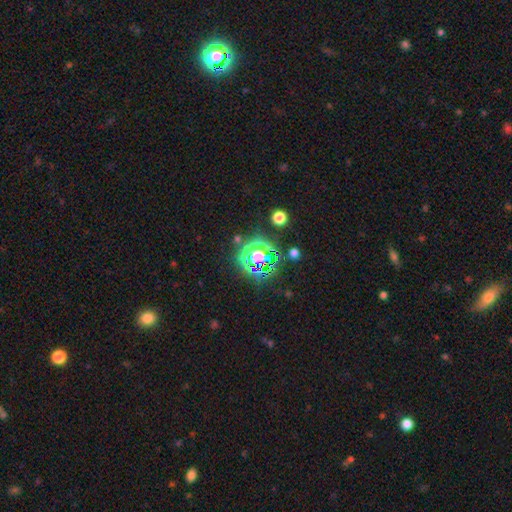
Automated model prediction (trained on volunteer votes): This appears to be a star or artifact, not a galaxy (80%).